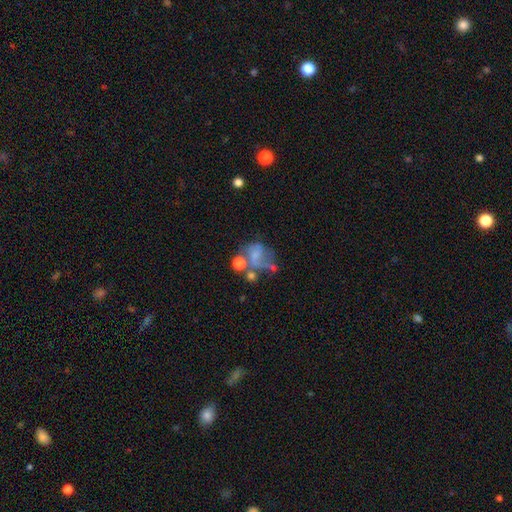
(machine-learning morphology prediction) Overall: featured or disk (44%; smooth 41%). Merging: major disturbance (34%; none 25%).